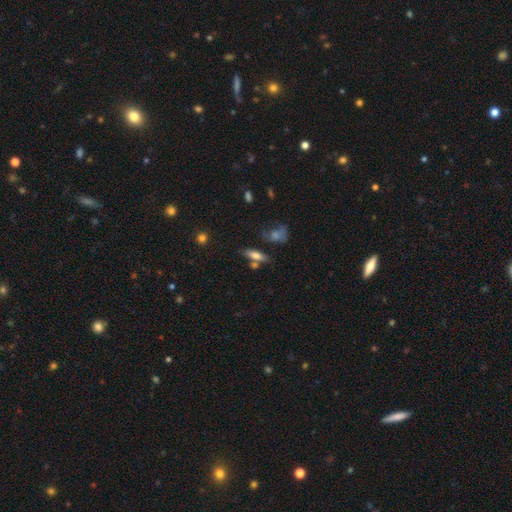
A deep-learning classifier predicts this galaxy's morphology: A smooth galaxy with no disk features (64%) that is in between round and cigar-shaped (49%).

Vote fractions:
- Smooth or featured? smooth: 64% / featured or disk: 27% / star or artifact: 10%
- How rounded? in between: 49% / cigar-shaped: 47% / round: 4%
- Merging? none: 61% / merger: 19% / minor disturbance: 15% / major disturbance: 5%